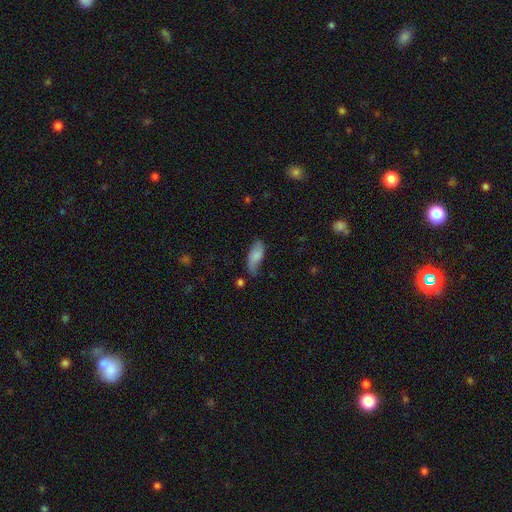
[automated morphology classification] Smooth or featured? smooth (70%)
How rounded? in between (82%)
Merging? none (53%)